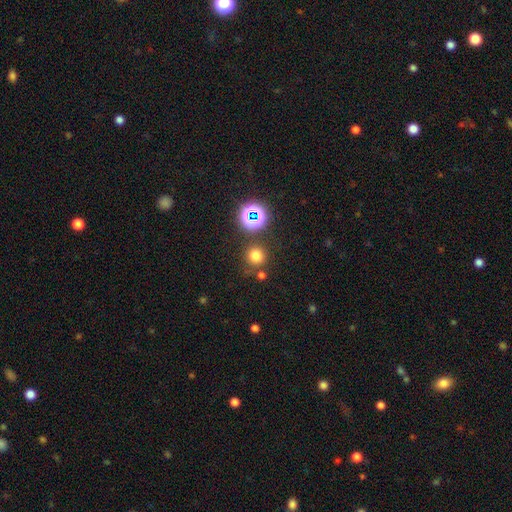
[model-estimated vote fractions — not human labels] A smooth galaxy with no disk features (71%) that is round (93%). Merging: none (79%).